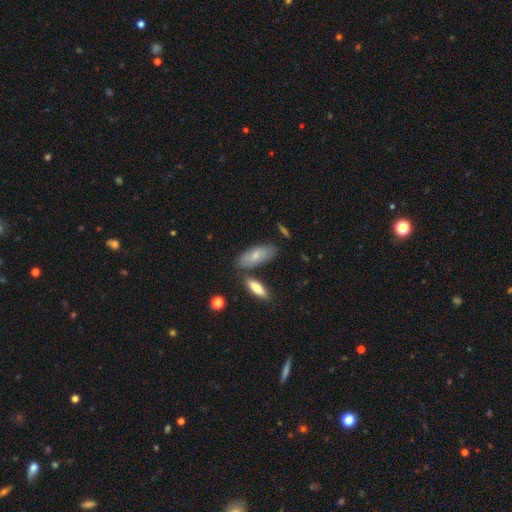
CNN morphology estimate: This appears to be a smooth galaxy with no disk features (68%) that is in between round and cigar-shaped (77%). Merging: none (70%).